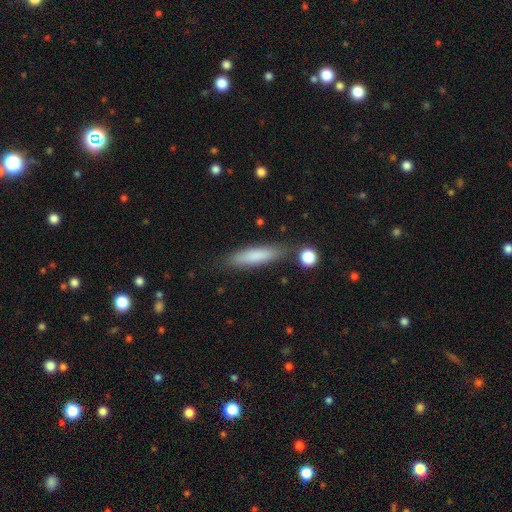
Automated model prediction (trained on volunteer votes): smooth 80%, featured or disk 14%, star or artifact 6%. Down the decision tree: how rounded — cigar-shaped (76%); merging — none (80%).